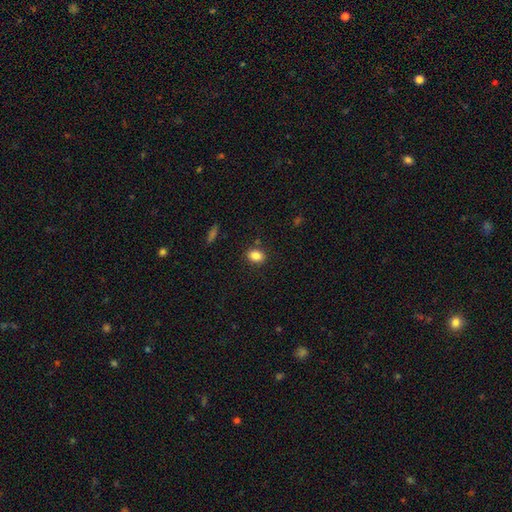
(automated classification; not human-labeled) Smooth or featured: smooth — 85% (star or artifact — 9%)
How rounded: in between — 70% (round — 28%)
Merging: none — 84% (minor disturbance — 10%)